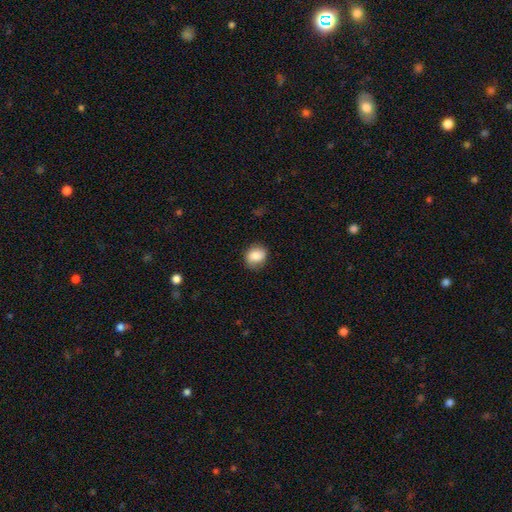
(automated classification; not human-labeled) A smooth galaxy with no disk features (82%) that is round (60%).

Vote fractions:
- Smooth or featured? smooth: 82% / featured or disk: 10% / star or artifact: 8%
- How rounded? round: 60% / in between: 39% / cigar-shaped: 1%
- Merging? none: 77% / minor disturbance: 17% / major disturbance: 4% / merger: 1%